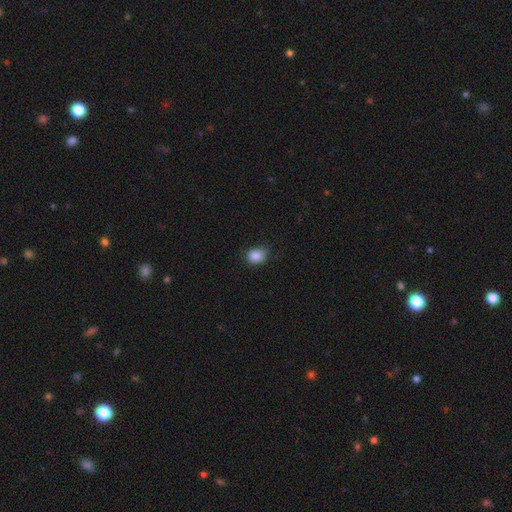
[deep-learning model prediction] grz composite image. It shows a smooth galaxy with no disk features (86%) that is round (59%). Merging: none (68%).